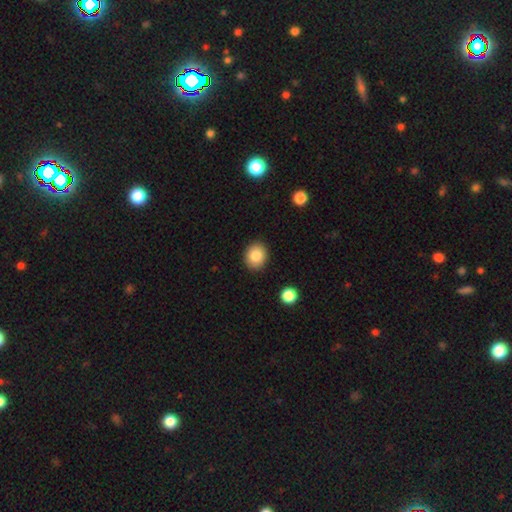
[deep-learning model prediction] smooth-or-featured: smooth: 85% | star or artifact: 9% | featured or disk: 7%
  how-rounded: round: 65% | in between: 34% | cigar-shaped: 1%
  merging: none: 90% | minor disturbance: 7% | major disturbance: 2% | merger: 1%